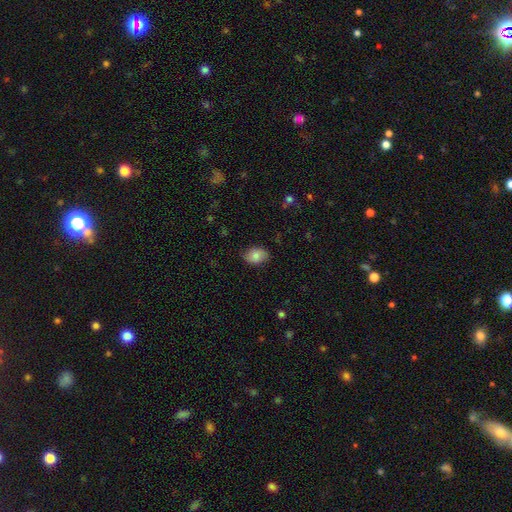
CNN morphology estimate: Smooth or featured: smooth — 78% (featured or disk — 15%)
How rounded: in between — 80% (round — 19%)
Merging: none — 80% (minor disturbance — 16%)